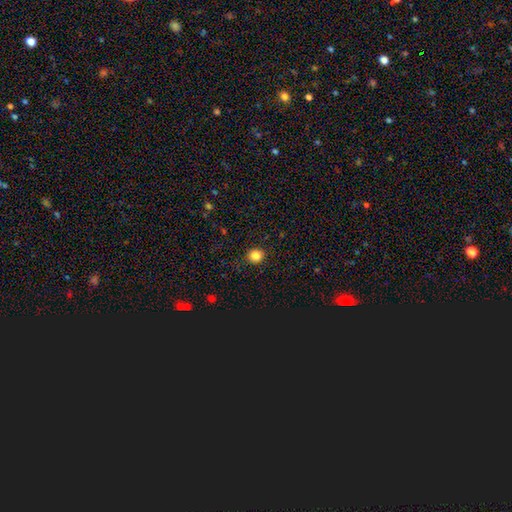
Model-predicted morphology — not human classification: A smooth galaxy with no disk features (84%) that is round (87%). Merging: none (89%).